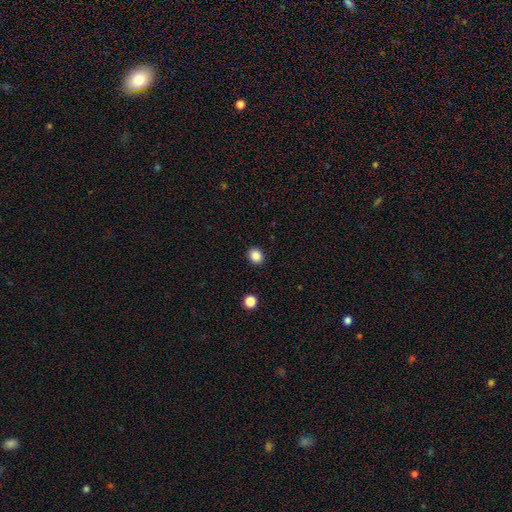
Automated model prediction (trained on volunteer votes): smooth-or-featured: smooth: 86% | star or artifact: 10% | featured or disk: 3%
  how-rounded: round: 67% | in between: 32% | cigar-shaped: 1%
  merging: none: 91% | minor disturbance: 6% | major disturbance: 2% | merger: 1%